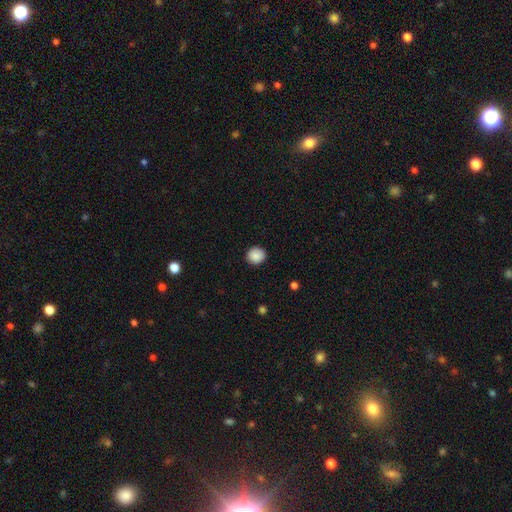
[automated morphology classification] smooth_or_featured: smooth (p=0.88) [alt: star or artifact p=0.09]
how_rounded: round (p=0.87) [alt: in between p=0.12]
merging: none (p=0.89) [alt: minor disturbance p=0.08]